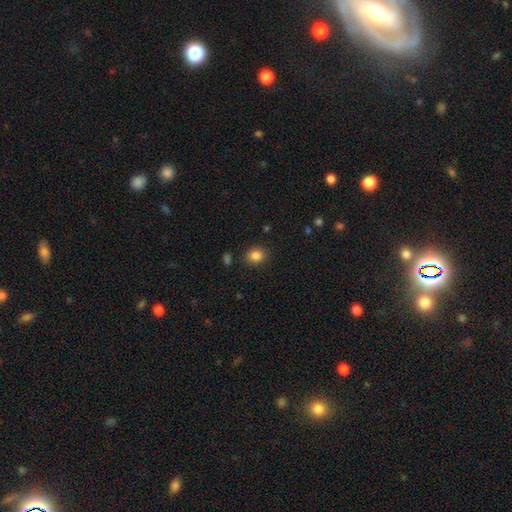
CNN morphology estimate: smooth-or-featured: smooth: 84% | star or artifact: 11% | featured or disk: 5%
  how-rounded: round: 63% | in between: 36% | cigar-shaped: 1%
  merging: none: 86% | minor disturbance: 9% | major disturbance: 3% | merger: 2%